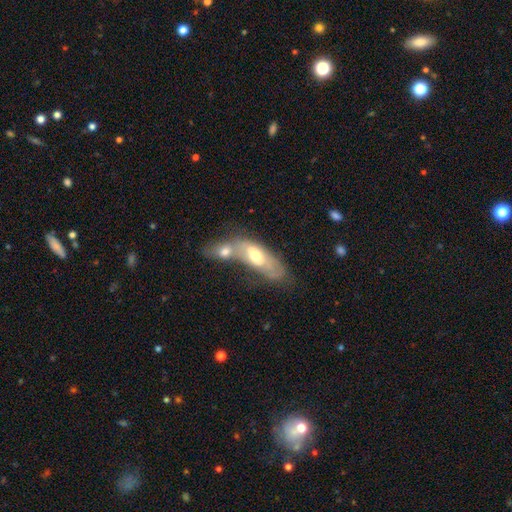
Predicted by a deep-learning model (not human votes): A smooth galaxy with no disk features (49%).

Vote fractions:
- Smooth or featured? smooth: 49% / featured or disk: 44% / star or artifact: 7%
- Merging? merger: 63% / none: 18% / minor disturbance: 11% / major disturbance: 8%